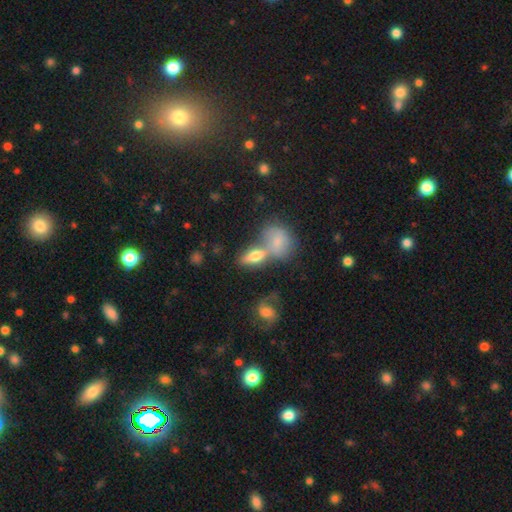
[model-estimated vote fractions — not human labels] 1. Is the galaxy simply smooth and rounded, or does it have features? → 62% smooth, 29% featured or disk, 9% star or artifact.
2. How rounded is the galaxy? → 70% in between, 20% cigar-shaped, 9% round.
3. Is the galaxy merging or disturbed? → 43% merger, 39% none, 12% minor disturbance, 7% major disturbance.